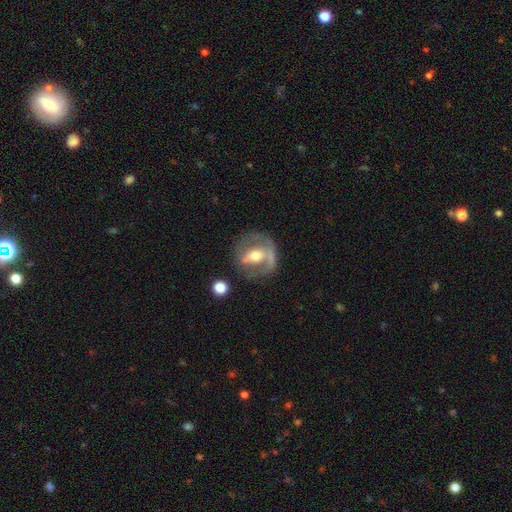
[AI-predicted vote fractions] A featured or disk galaxy (69%) with a strong bar (38%), no spiral arms (55%) and a moderate central bulge (72%). Merging: none (65%).